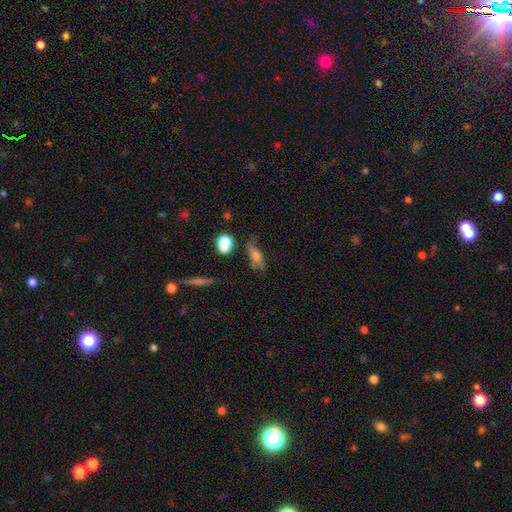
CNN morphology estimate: The model was most divided on "merging": none: 51%, minor disturbance: 28%, major disturbance: 13%, merger: 7%. More confident: smooth or featured — smooth (63%); how rounded — in between (59%).